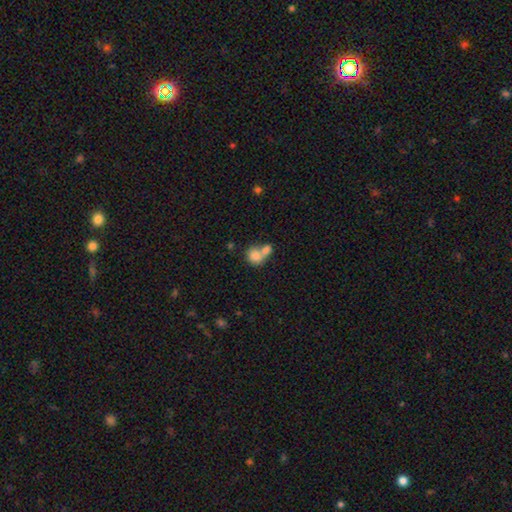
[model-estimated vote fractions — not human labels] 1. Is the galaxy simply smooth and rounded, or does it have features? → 79% smooth, 12% featured or disk, 9% star or artifact.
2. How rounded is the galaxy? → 57% round, 42% in between, 1% cigar-shaped.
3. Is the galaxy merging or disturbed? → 64% merger, 24% none, 7% minor disturbance, 5% major disturbance.